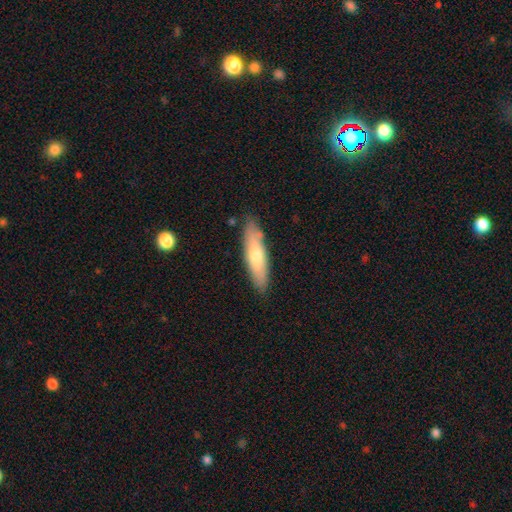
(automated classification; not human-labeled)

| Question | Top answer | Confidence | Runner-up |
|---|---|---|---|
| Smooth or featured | smooth | 63% | featured or disk (31%) |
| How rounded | cigar-shaped | 70% | in between (29%) |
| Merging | none | 85% | minor disturbance (11%) |